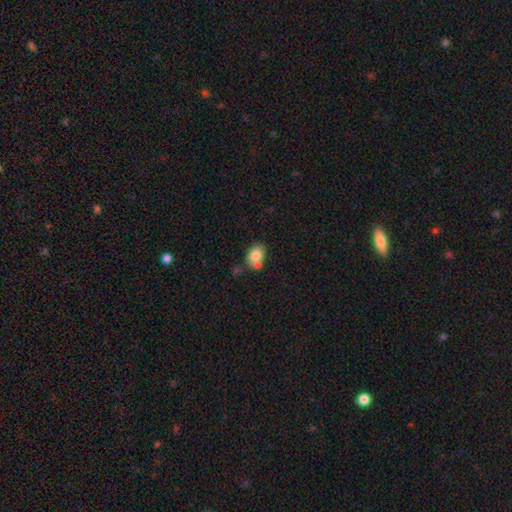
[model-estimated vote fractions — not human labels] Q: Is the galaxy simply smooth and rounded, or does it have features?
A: smooth — 79%.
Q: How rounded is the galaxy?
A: in between — 66%.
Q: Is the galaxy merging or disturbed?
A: none — 51%.